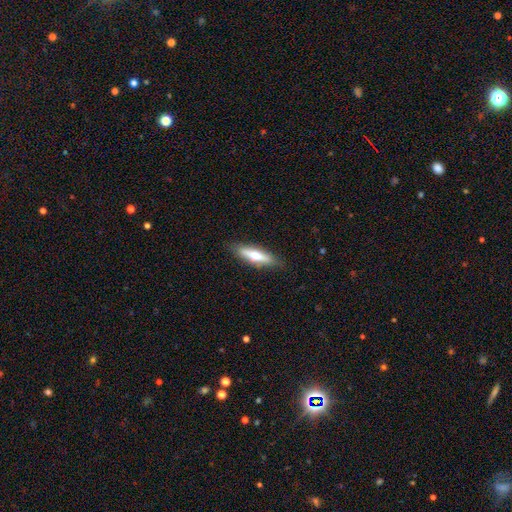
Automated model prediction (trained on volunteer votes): smooth-or-featured: smooth: 48% | featured or disk: 46% | star or artifact: 6%
  merging: none: 85% | minor disturbance: 11% | major disturbance: 3% | merger: 1%